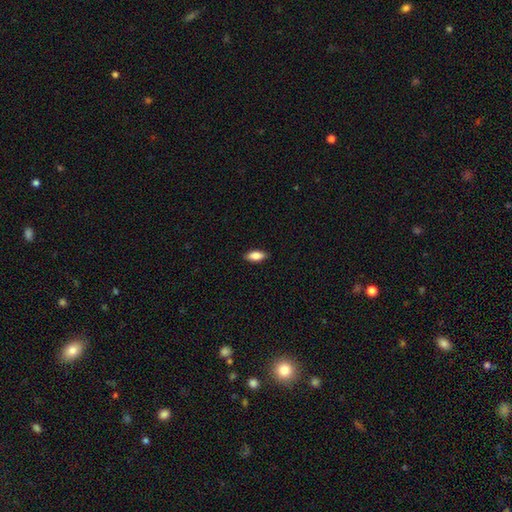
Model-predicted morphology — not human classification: A smooth galaxy with no disk features (82%) that is in between round and cigar-shaped (83%). Merging: none (89%).